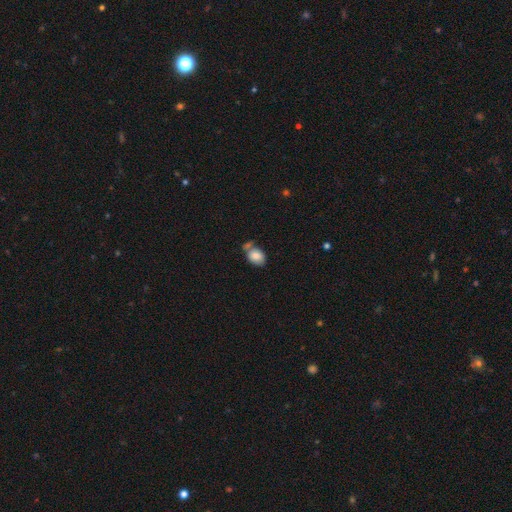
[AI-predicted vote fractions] This appears to be a smooth galaxy with no disk features (82%) that is in between round and cigar-shaped (73%). Merging: none (47%).